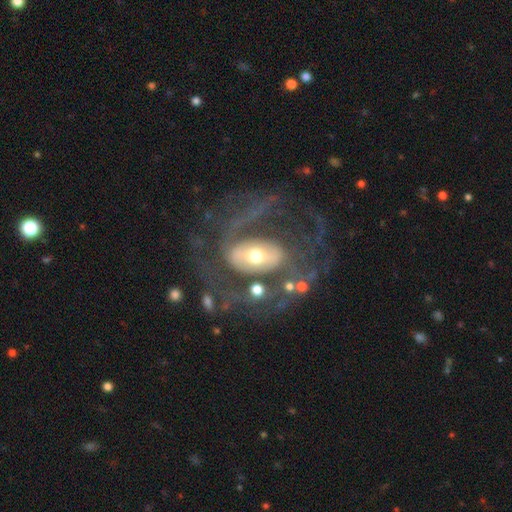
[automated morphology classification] Smooth or featured? Predicted: featured or disk (p=0.82). Edge-on disk? Predicted: no (p=0.96). Bar? Predicted: no (p=0.48). Spiral arms? Predicted: yes (p=0.77). Spiral winding? Predicted: medium (p=0.41). Spiral arm count? Predicted: 2 (p=0.44). Bulge size? Predicted: moderate (p=0.59). Merging? Predicted: none (p=0.49).